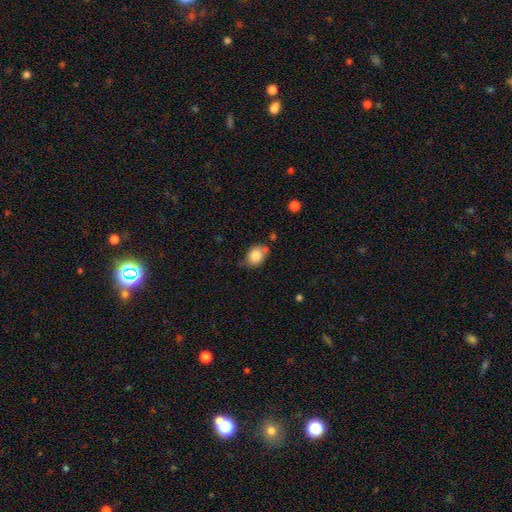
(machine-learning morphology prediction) This appears to be a smooth galaxy with no disk features (81%) that is in between round and cigar-shaped (68%). Merging: none (61%).